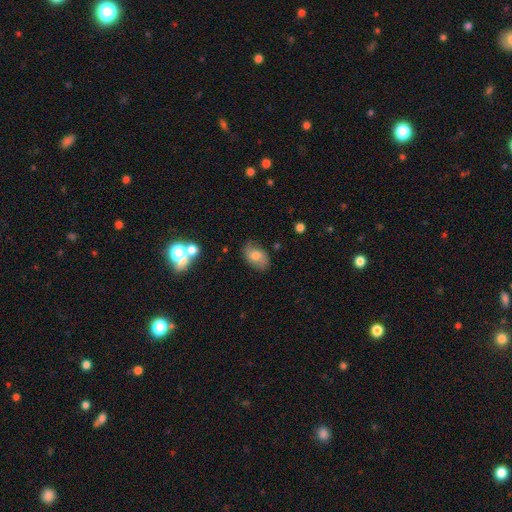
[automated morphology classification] Smooth or featured? Predicted: smooth (p=0.66). How rounded? Predicted: in between (p=0.86). Merging? Predicted: none (p=0.70).